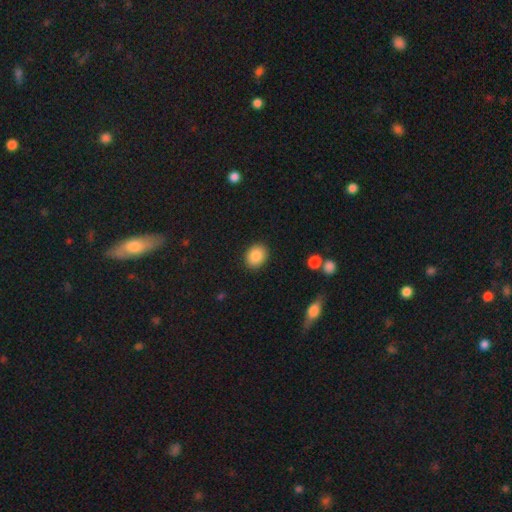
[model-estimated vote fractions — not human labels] This appears to be a smooth galaxy with no disk features (86%) that is round (55%). Merging: none (90%).